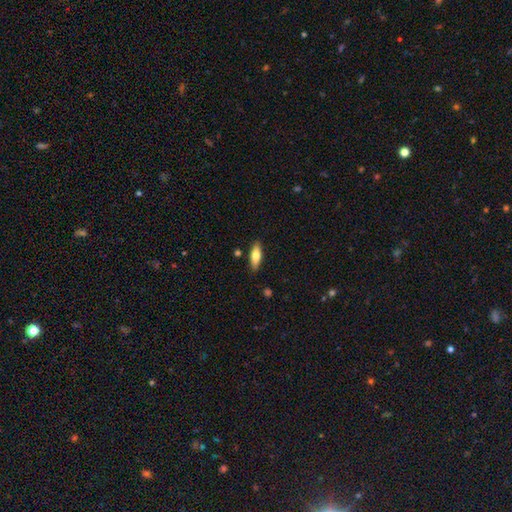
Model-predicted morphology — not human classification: The model was most divided on "how rounded": in between: 63%, cigar-shaped: 34%, round: 2%. More confident: merging — none (86%); smooth or featured — smooth (69%).